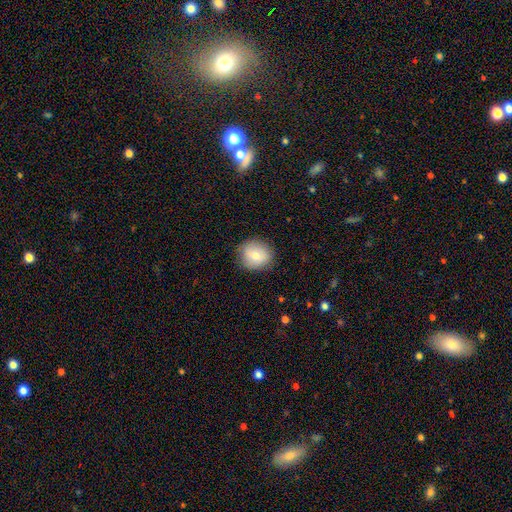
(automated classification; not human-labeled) A smooth galaxy with no disk features (77%) that is round (80%).

Vote fractions:
- Smooth or featured? smooth: 77% / featured or disk: 15% / star or artifact: 8%
- How rounded? round: 80% / in between: 19% / cigar-shaped: 1%
- Merging? none: 84% / minor disturbance: 12% / major disturbance: 3% / merger: 1%